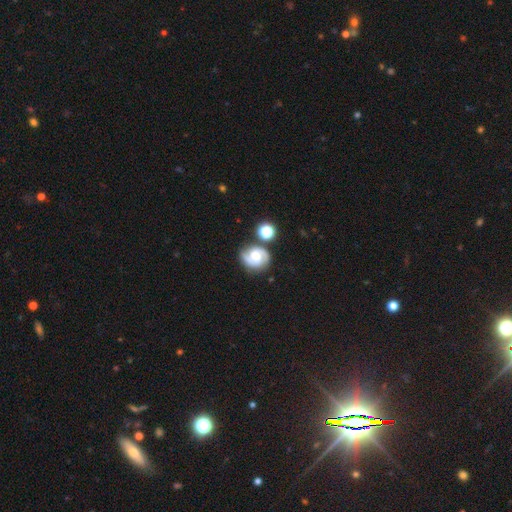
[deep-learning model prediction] smooth-or-featured: featured or disk: 79% | smooth: 14% | star or artifact: 7%
  disk-edge-on: no: 98% | yes: 2%
    bar: no: 57% | weak: 36% | strong: 8%
    has-spiral-arms: yes: 96% | no: 4%
      spiral-winding: medium: 49% | tight: 38% | loose: 13%
      spiral-arm-count: 2: 85% | can't tell: 5% | 3: 4% | 1: 2% | 4: 1% | more than 4: 1%
    bulge-size: moderate: 62% | small: 28% | large: 6% | none: 3% | dominant: 1%
  merging: none: 70% | minor disturbance: 15% | merger: 10% | major disturbance: 5%